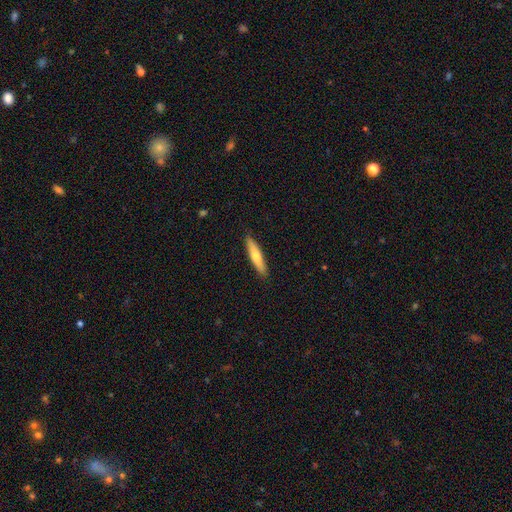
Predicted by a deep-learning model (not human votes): Smooth or featured: smooth — 62% (featured or disk — 33%)
How rounded: cigar-shaped — 84% (in between — 14%)
Merging: none — 90% (minor disturbance — 7%)